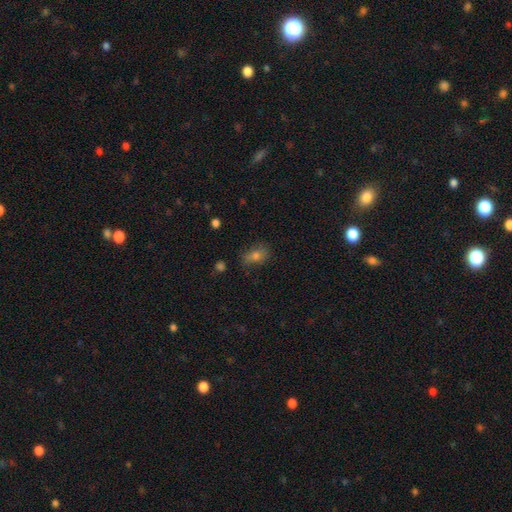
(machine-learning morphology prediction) This is likely a smooth galaxy (67%). How rounded: likely in between (74%). Merging: likely none (70%).